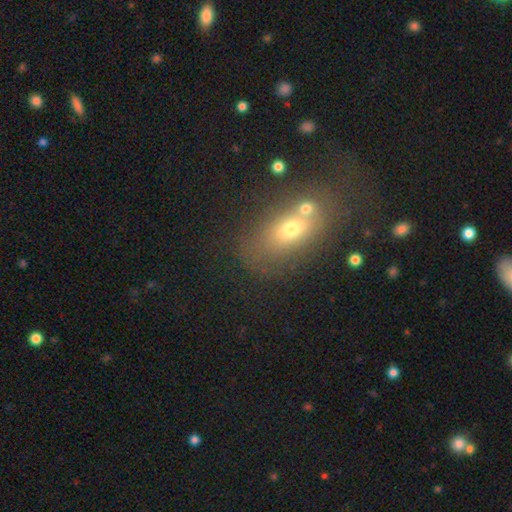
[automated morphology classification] A smooth galaxy with no disk features (56%) that is in between round and cigar-shaped (71%). Merging: merger (41%).